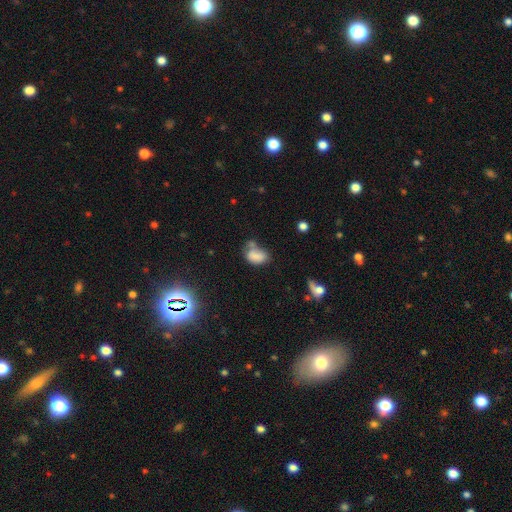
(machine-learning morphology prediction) This appears to be a smooth galaxy with no disk features (77%) that is in between round and cigar-shaped (86%). Merging: none (34%).